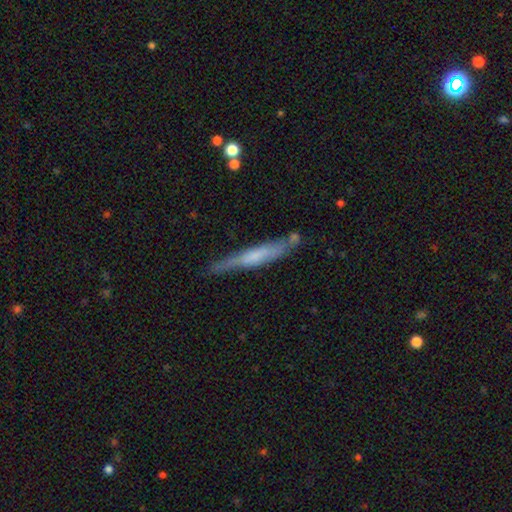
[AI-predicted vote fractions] smooth-or-featured: featured or disk: 50% | smooth: 44% | star or artifact: 6%
  merging: none: 71% | minor disturbance: 20% | major disturbance: 5% | merger: 5%